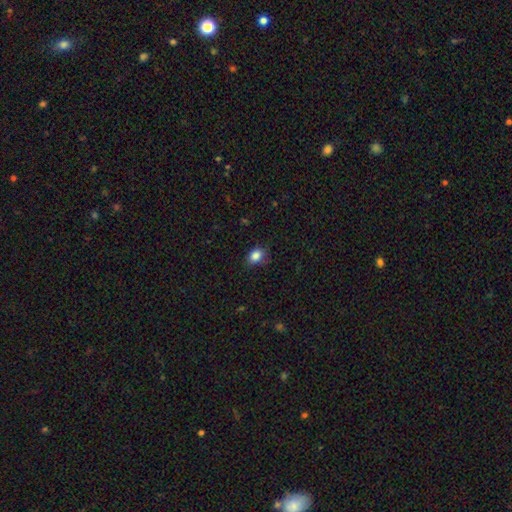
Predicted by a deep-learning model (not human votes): smooth 86%, star or artifact 10%, featured or disk 4%. Down the decision tree: how rounded — in between (62%); merging — none (75%).